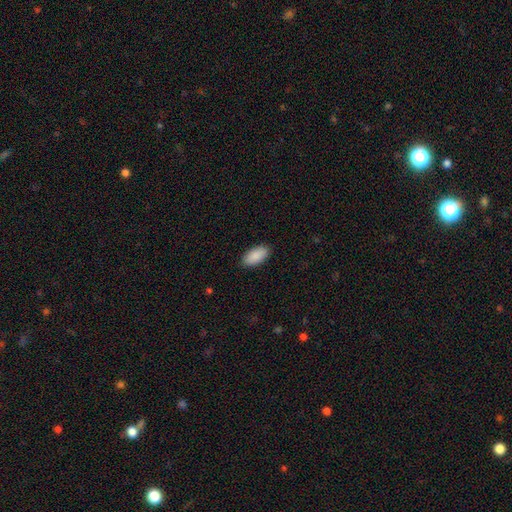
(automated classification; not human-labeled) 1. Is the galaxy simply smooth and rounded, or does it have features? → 90% smooth, 6% star or artifact, 4% featured or disk.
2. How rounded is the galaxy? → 93% in between, 5% cigar-shaped, 2% round.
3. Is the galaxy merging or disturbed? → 89% none, 8% minor disturbance, 2% major disturbance, 1% merger.